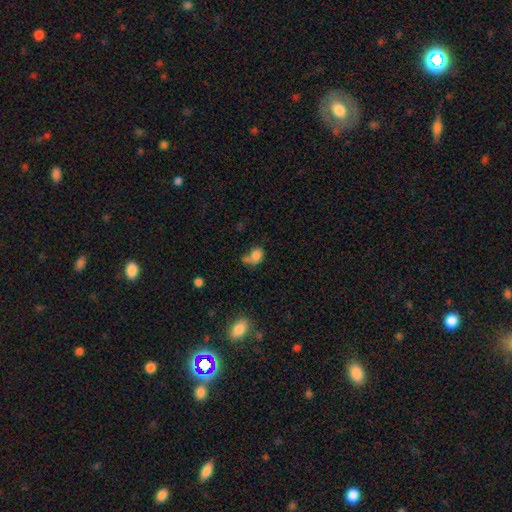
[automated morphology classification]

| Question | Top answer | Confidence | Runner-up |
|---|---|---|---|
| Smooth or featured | smooth | 79% | star or artifact (11%) |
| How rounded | in between | 62% | round (36%) |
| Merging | none | 33% | merger (29%) |